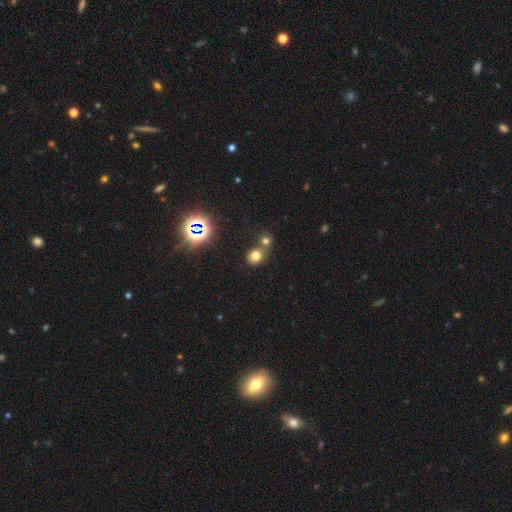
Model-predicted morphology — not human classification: Smooth or featured? smooth (70%)
How rounded? round (66%)
Merging? none (50%)